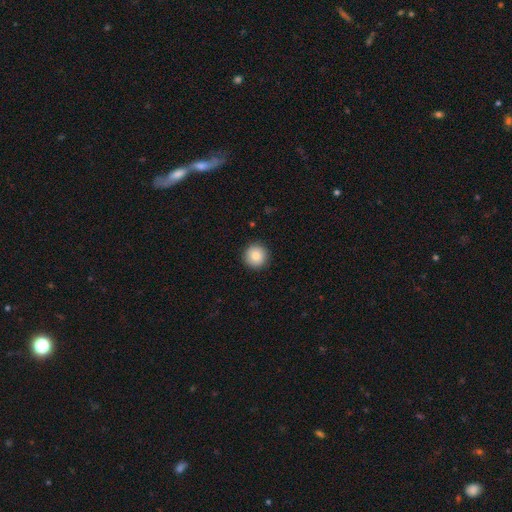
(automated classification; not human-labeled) Smooth or featured: smooth — 84% (star or artifact — 9%)
How rounded: round — 96% (in between — 3%)
Merging: none — 92% (minor disturbance — 5%)